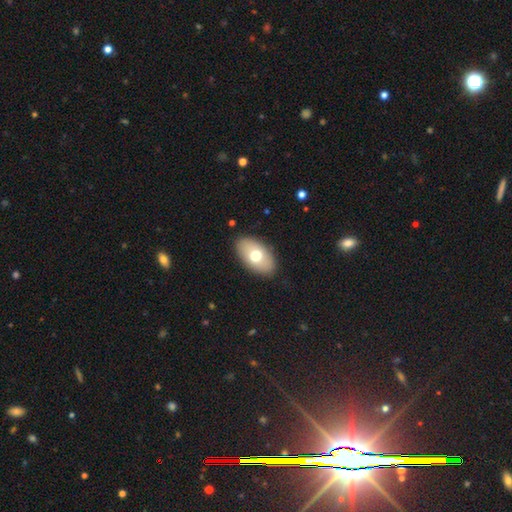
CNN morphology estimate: smooth 68%, featured or disk 26%, star or artifact 7%. Down the decision tree: how rounded — in between (93%); merging — none (87%).